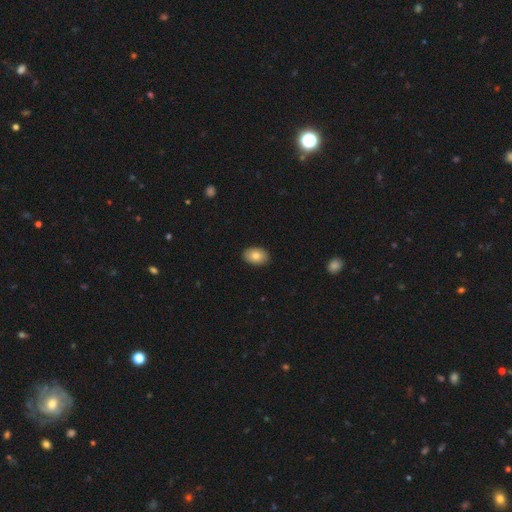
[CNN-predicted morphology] smooth_or_featured: smooth (p=0.81) [alt: featured or disk p=0.11]
how_rounded: in between (p=0.87) [alt: round p=0.11]
merging: none (p=0.90) [alt: minor disturbance p=0.08]